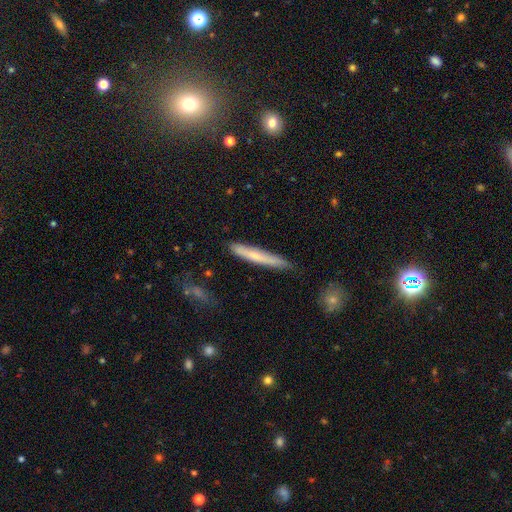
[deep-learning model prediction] Smooth or featured? Predicted: smooth (p=0.61). How rounded? Predicted: cigar-shaped (p=0.95). Merging? Predicted: none (p=0.81).